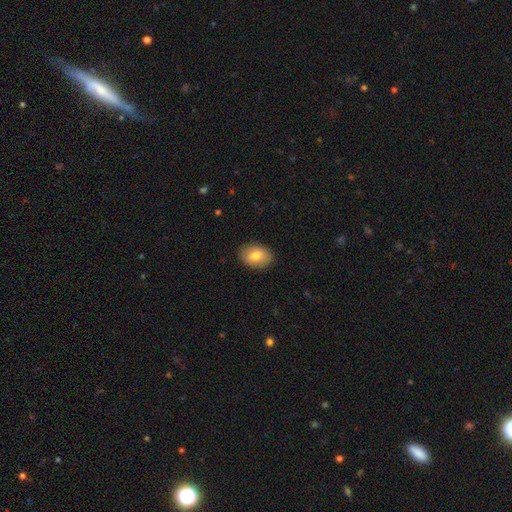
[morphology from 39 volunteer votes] Q: Smooth or featured?
A: smooth (72%); runner-up: featured or disk (21%)
Q: How rounded?
A: in between (93%); runner-up: round (7%)
Q: Merging?
A: none (86%); runner-up: minor disturbance (11%)